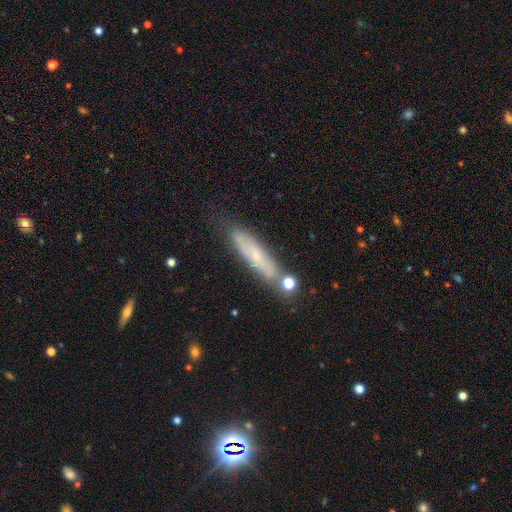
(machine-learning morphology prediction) This appears to be a smooth galaxy with no disk features (52%) that is cigar-shaped (82%). Merging: none (69%).